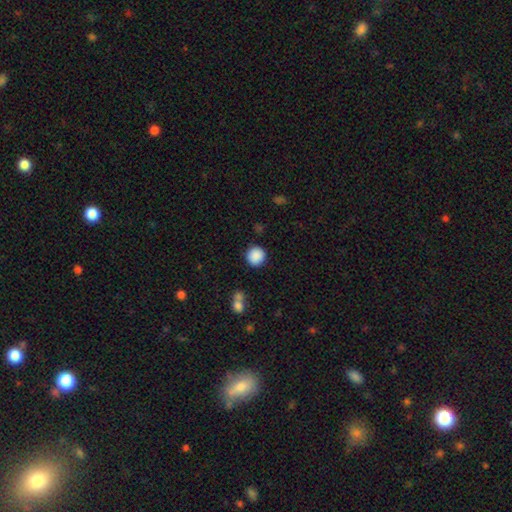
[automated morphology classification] smooth_or_featured: smooth (p=0.88) [alt: star or artifact p=0.09]
how_rounded: round (p=0.94) [alt: in between p=0.05]
merging: none (p=0.87) [alt: minor disturbance p=0.07]